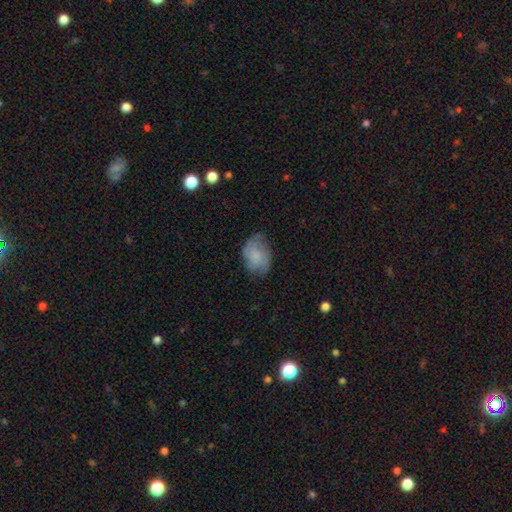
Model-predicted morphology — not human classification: Smooth or featured?
  - smooth: 62% *
  - featured or disk: 30%
  - star or artifact: 7%
How rounded?
  - in between: 73% *
  - round: 26%
  - cigar-shaped: 1%
Merging?
  - none: 62% *
  - minor disturbance: 28%
  - major disturbance: 9%
  - merger: 1%